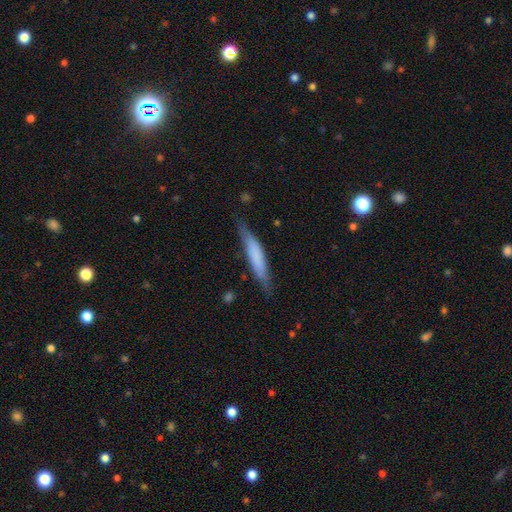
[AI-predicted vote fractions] A smooth galaxy with no disk features (62%) that is cigar-shaped (90%).

Vote fractions:
- Smooth or featured? smooth: 62% / featured or disk: 32% / star or artifact: 6%
- How rounded? cigar-shaped: 90% / in between: 9% / round: 1%
- Merging? none: 75% / minor disturbance: 19% / major disturbance: 4% / merger: 2%